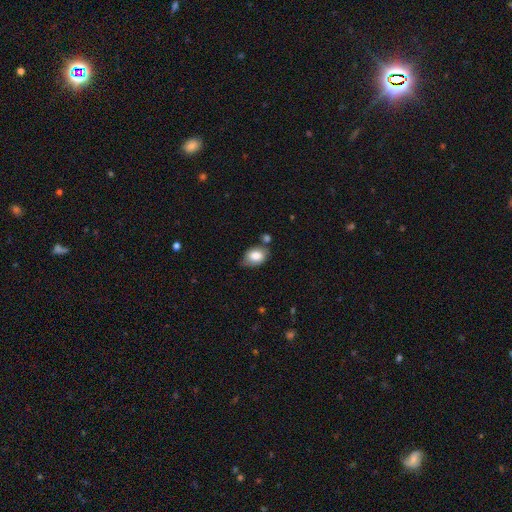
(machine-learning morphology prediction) This appears to be a smooth galaxy with no disk features (82%) that is in between round and cigar-shaped (76%). Merging: none (55%).